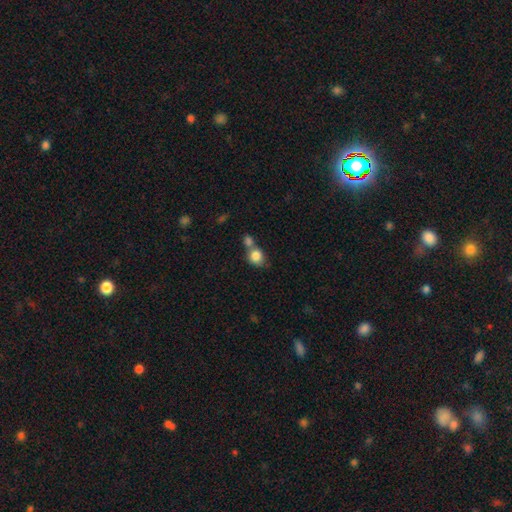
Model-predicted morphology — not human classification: Smooth or featured: smooth — 83% (star or artifact — 9%)
How rounded: round — 70% (in between — 28%)
Merging: merger — 49% (none — 37%)